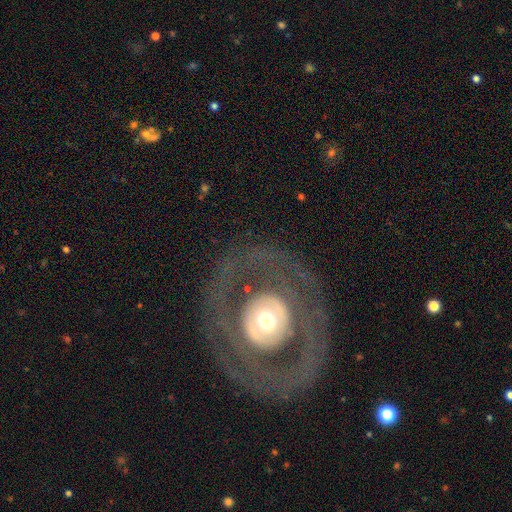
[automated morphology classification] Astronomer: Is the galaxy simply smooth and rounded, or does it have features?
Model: featured or disk — 68%.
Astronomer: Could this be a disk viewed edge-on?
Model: no — 95%.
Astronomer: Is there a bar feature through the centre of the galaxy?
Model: no — 81%.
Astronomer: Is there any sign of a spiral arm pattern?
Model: no — 71%.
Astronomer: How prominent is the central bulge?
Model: moderate — 56%.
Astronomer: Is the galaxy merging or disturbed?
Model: none — 80%.